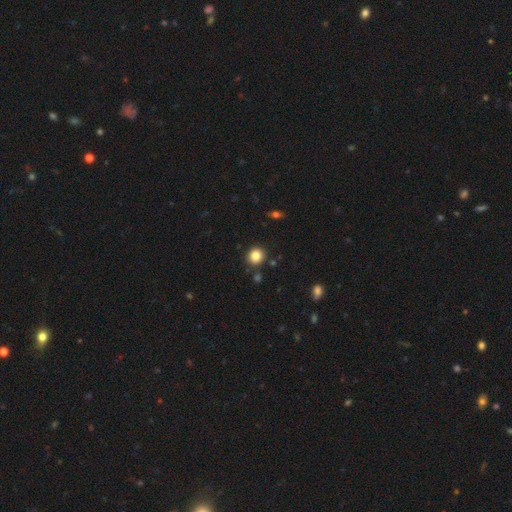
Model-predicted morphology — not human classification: smooth 84%, star or artifact 11%, featured or disk 5%. Down the decision tree: how rounded — round (89%); merging — none (89%).